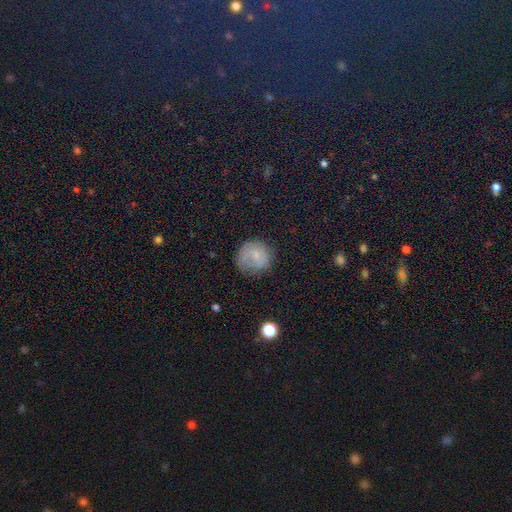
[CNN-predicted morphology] A smooth galaxy with no disk features (67%) that is round (86%). Merging: none (63%).